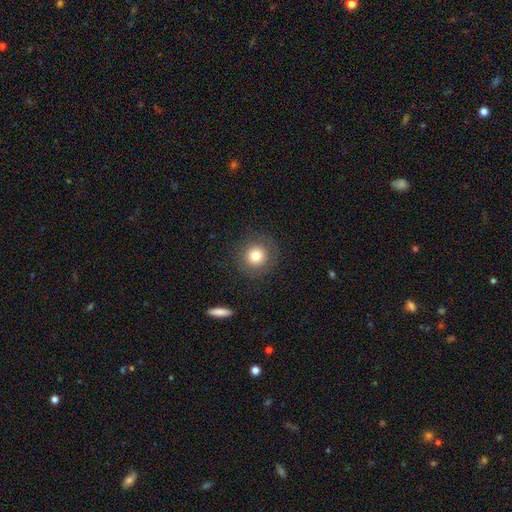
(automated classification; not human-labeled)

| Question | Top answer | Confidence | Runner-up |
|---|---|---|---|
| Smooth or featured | smooth | 79% | star or artifact (10%) |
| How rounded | round | 93% | in between (6%) |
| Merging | none | 87% | minor disturbance (8%) |